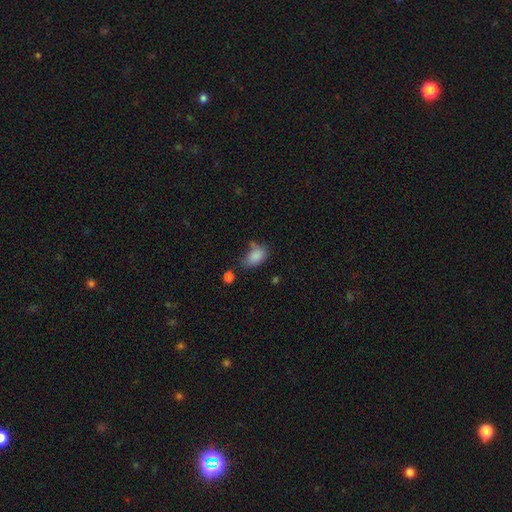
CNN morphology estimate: This appears to be a smooth galaxy with no disk features (85%) that is in between round and cigar-shaped (88%). Merging: none (51%).